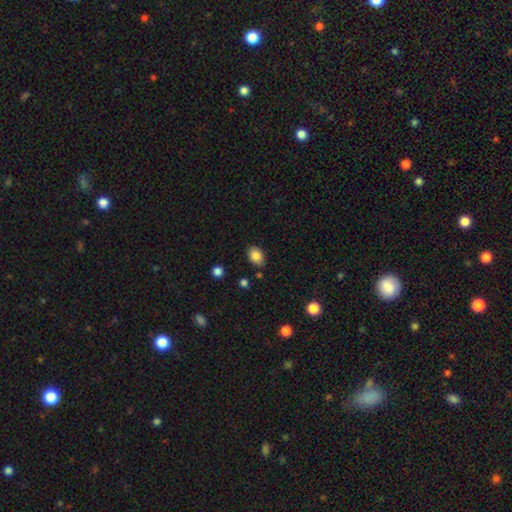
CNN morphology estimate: Overall: smooth (84%). How rounded: in between (77%). Merging: none (82%).